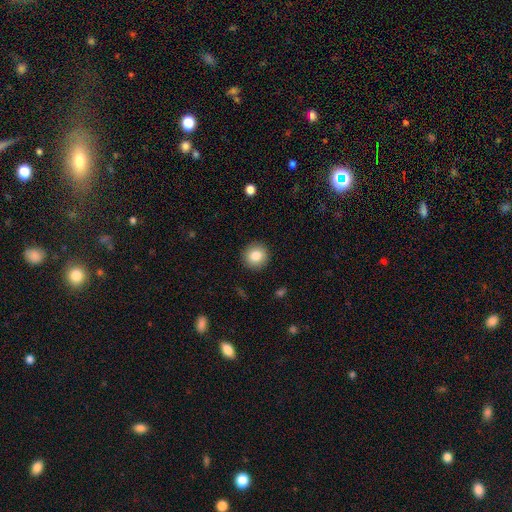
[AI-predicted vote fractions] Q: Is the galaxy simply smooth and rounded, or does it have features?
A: smooth — 84%.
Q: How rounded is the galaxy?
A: round — 93%.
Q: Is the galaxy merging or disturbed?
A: none — 91%.